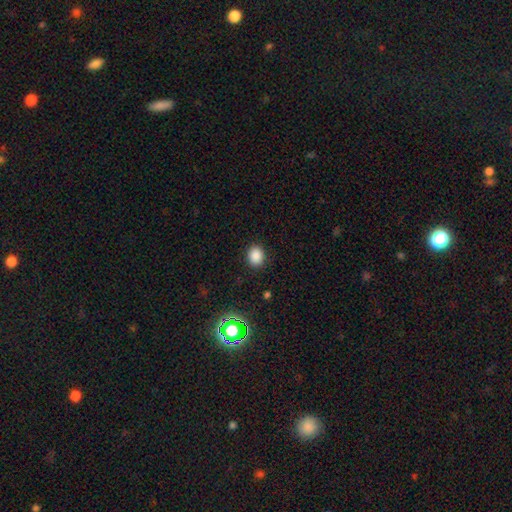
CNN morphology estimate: smooth-or-featured: smooth: 85% | star or artifact: 12% | featured or disk: 3%
  how-rounded: round: 61% | in between: 38% | cigar-shaped: 1%
  merging: none: 89% | minor disturbance: 7% | major disturbance: 2% | merger: 1%